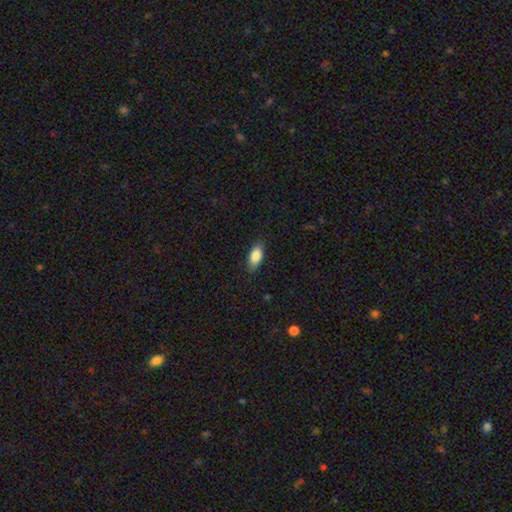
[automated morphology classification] Smooth or featured? Predicted: smooth (p=0.87). How rounded? Predicted: in between (p=0.85). Merging? Predicted: none (p=0.85).